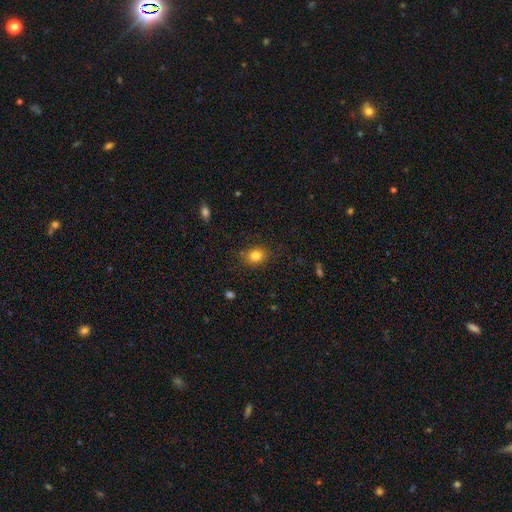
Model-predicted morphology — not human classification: The model was most divided on "how rounded": round: 50%, in between: 49%, cigar-shaped: 1%. More confident: smooth or featured — smooth (82%); merging — none (82%).